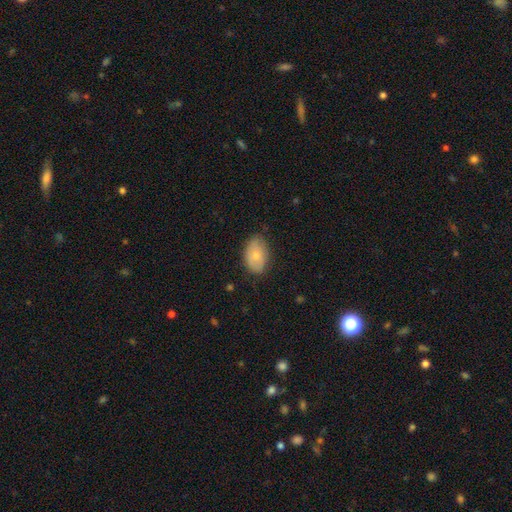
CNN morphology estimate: Smooth or featured: smooth — 75% (featured or disk — 19%)
How rounded: in between — 89% (round — 10%)
Merging: none — 77% (minor disturbance — 18%)